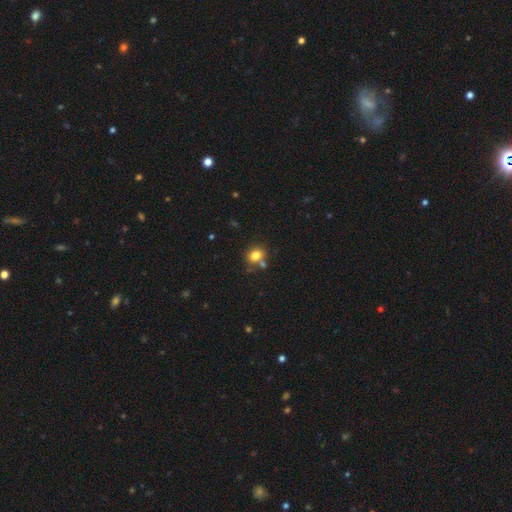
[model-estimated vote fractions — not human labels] Smooth or featured? smooth (80%)
How rounded? round (50%)
Merging? none (65%)